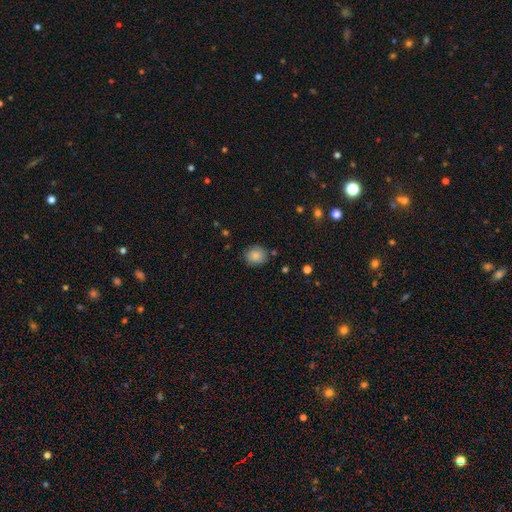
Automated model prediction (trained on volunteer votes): Overall: smooth (85%). How rounded: round (77%). Merging: none (81%).